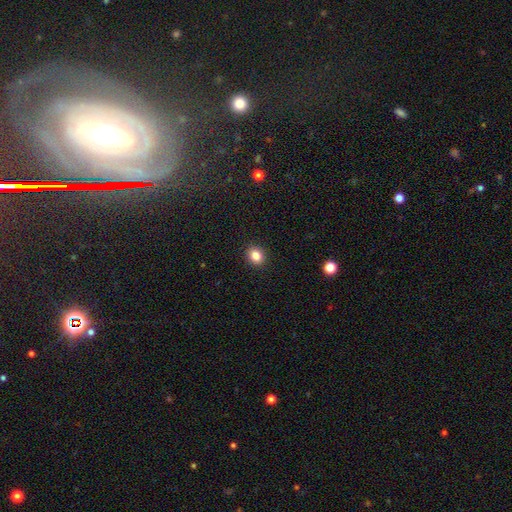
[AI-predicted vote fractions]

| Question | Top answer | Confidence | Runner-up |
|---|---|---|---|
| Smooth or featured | smooth | 84% | star or artifact (11%) |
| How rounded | round | 66% | in between (33%) |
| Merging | none | 92% | minor disturbance (5%) |